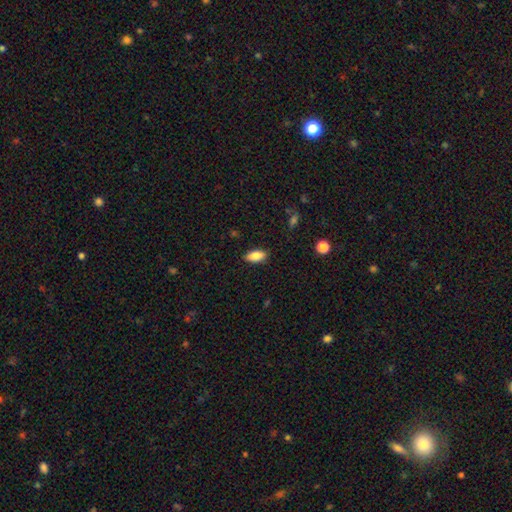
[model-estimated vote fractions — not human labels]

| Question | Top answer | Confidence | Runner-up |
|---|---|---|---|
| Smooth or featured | smooth | 84% | featured or disk (9%) |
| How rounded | in between | 88% | cigar-shaped (9%) |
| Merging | none | 86% | minor disturbance (11%) |